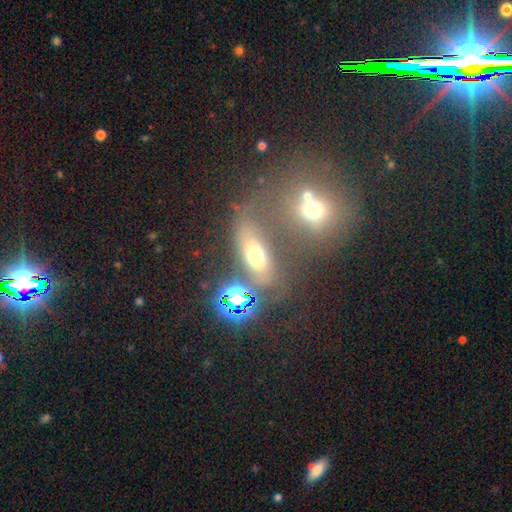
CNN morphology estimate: This is possibly a smooth galaxy (53%). How rounded: likely in between (73%). Merging: marginally none (40%).